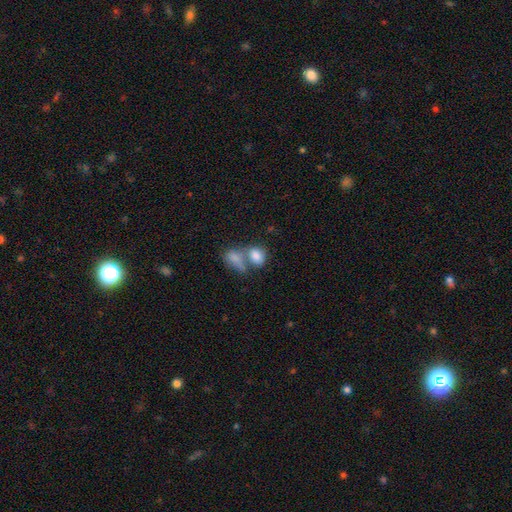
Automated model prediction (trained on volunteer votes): Smooth or featured? smooth (82%)
How rounded? in between (80%)
Merging? merger (59%)